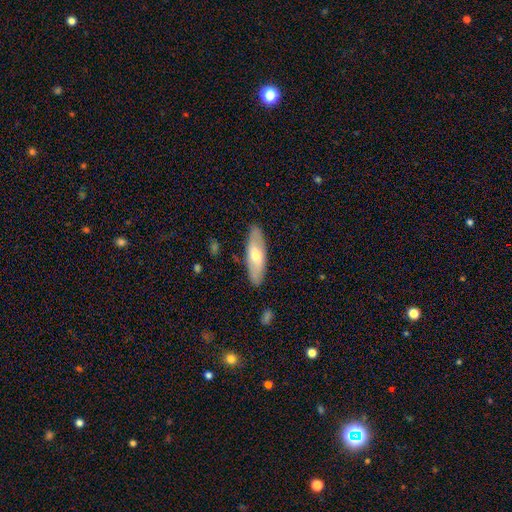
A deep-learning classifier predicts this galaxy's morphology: A smooth galaxy with no disk features (53%) that is in between round and cigar-shaped (57%).

Vote fractions:
- Smooth or featured? smooth: 53% / featured or disk: 42% / star or artifact: 6%
- How rounded? in between: 57% / cigar-shaped: 40% / round: 2%
- Merging? none: 87% / minor disturbance: 9% / major disturbance: 2% / merger: 1%